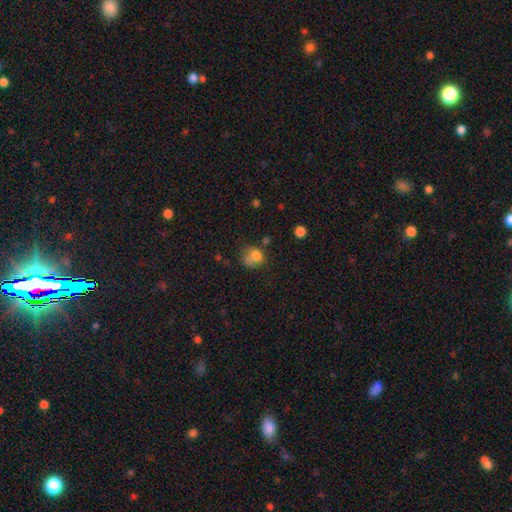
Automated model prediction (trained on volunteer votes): smooth 74%, featured or disk 14%, star or artifact 12%. Down the decision tree: how rounded — round (60%); merging — none (35%).